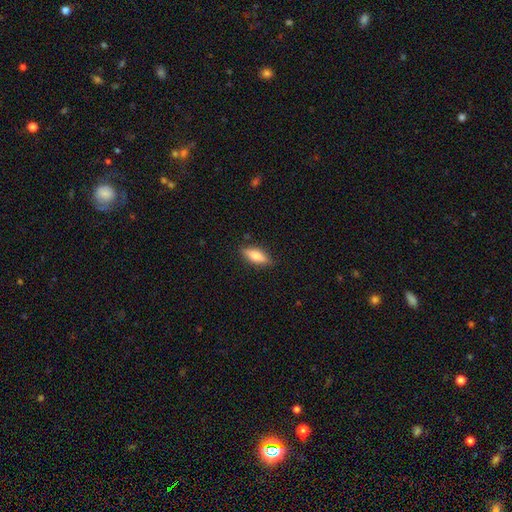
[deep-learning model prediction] Smooth or featured? smooth (71%)
How rounded? in between (66%)
Merging? none (85%)